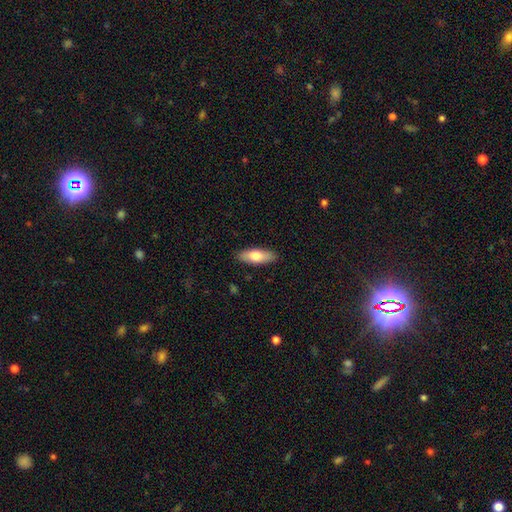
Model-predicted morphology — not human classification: This is likely a smooth galaxy (74%). How rounded: likely in between (70%). Merging: clearly none (89%).